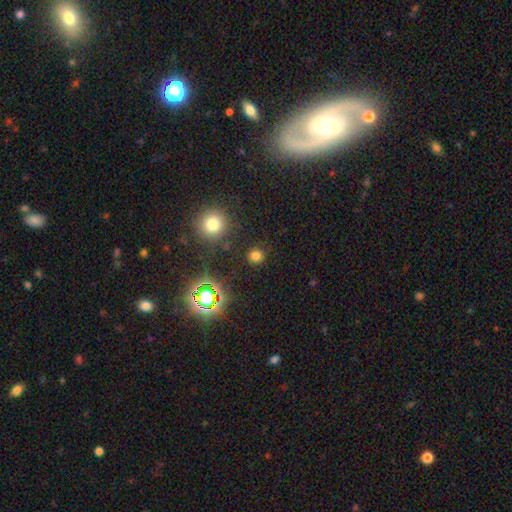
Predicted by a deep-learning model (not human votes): Q: Smooth or featured?
A: smooth (70%); runner-up: star or artifact (25%)
Q: How rounded?
A: round (88%); runner-up: in between (11%)
Q: Merging?
A: none (88%); runner-up: minor disturbance (7%)